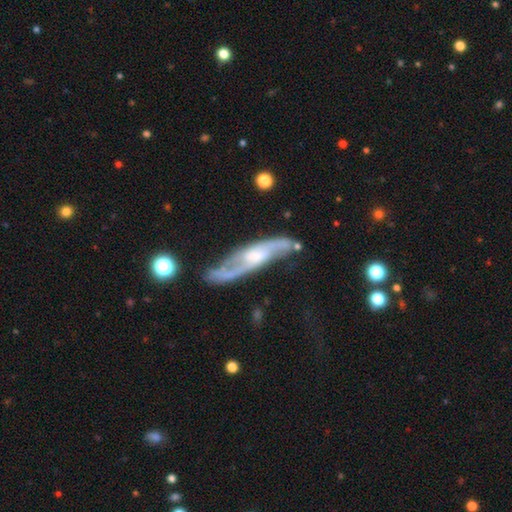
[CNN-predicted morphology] Smooth or featured: featured or disk — 84% (smooth — 11%)
Edge-on disk: no — 78% (yes — 22%)
Bar: weak — 48% (no — 35%)
Spiral arms: yes — 95% (no — 5%)
Spiral winding: loose — 44% (medium — 42%)
Spiral arm count: 2 — 88% (can't tell — 6%)
Bulge size: moderate — 43% (small — 35%)
Merging: none — 67% (minor disturbance — 20%)